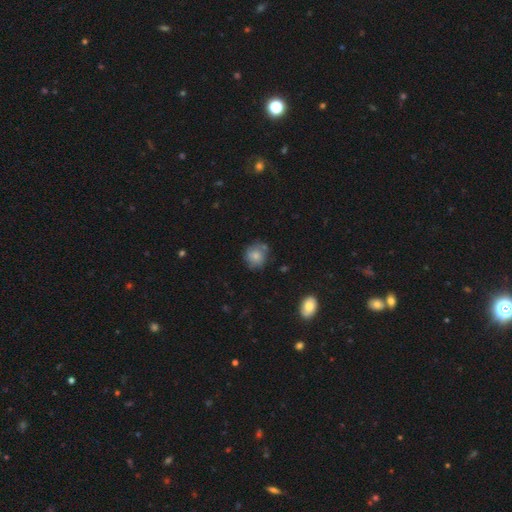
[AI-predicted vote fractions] Smooth or featured? smooth (75%)
How rounded? round (84%)
Merging? none (67%)